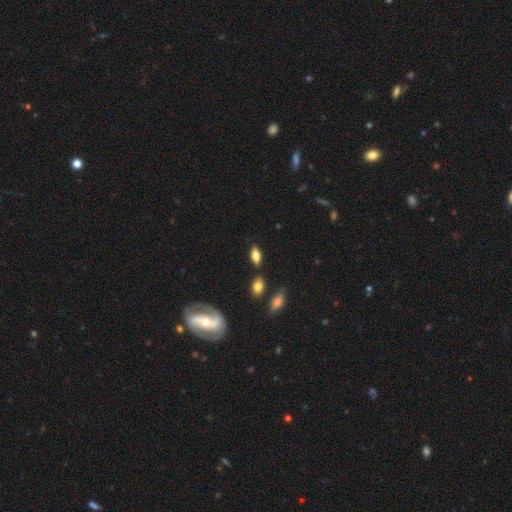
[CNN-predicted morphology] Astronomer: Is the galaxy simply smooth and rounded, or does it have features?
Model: smooth — 72%.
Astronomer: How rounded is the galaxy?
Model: in between — 84%.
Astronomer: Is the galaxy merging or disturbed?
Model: none — 77%.